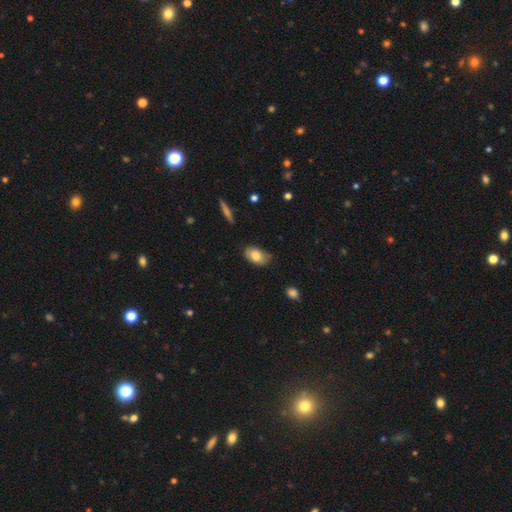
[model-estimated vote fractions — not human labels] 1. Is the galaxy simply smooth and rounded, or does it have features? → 81% smooth, 11% featured or disk, 7% star or artifact.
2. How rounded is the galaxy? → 90% in between, 8% round, 2% cigar-shaped.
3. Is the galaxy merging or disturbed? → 65% none, 28% minor disturbance, 4% major disturbance, 2% merger.